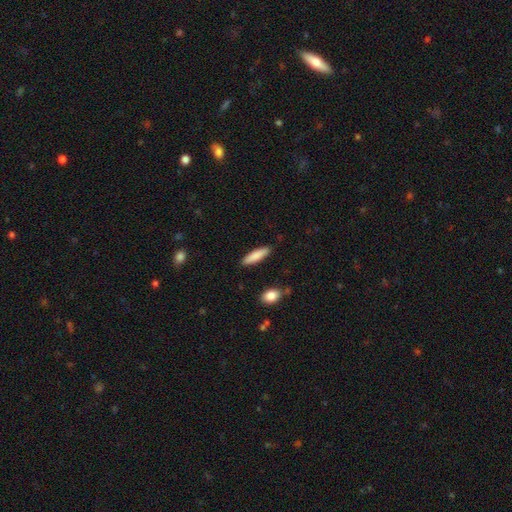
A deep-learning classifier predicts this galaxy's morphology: smooth-or-featured: smooth: 85% | featured or disk: 10% | star or artifact: 6%
  how-rounded: cigar-shaped: 68% | in between: 31% | round: 1%
  merging: none: 88% | minor disturbance: 8% | major disturbance: 2% | merger: 2%